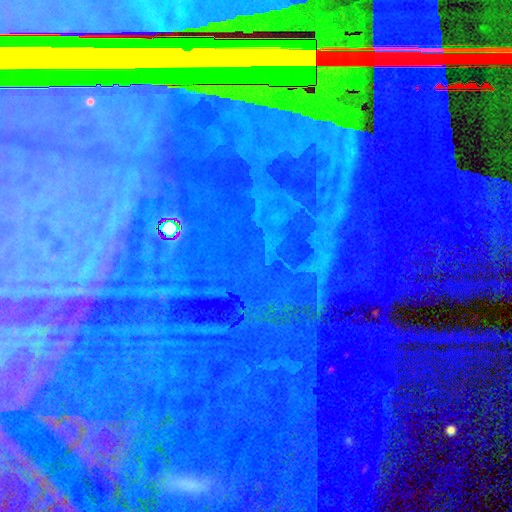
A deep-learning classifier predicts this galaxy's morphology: Smooth or featured?
  - star or artifact: 87% *
  - featured or disk: 7%
  - smooth: 6%